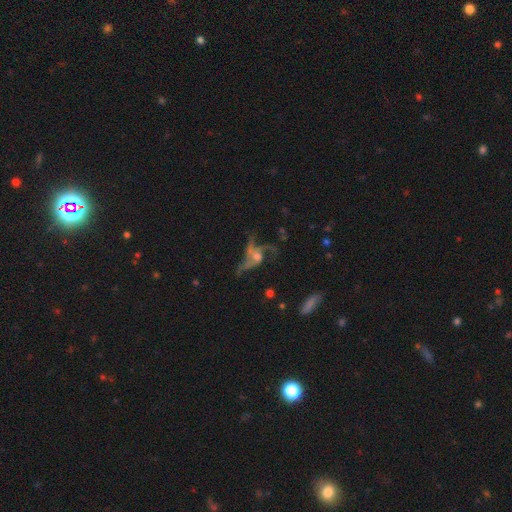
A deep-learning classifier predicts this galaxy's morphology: Smooth or featured? Predicted: featured or disk (p=0.61). Edge-on disk? Predicted: no (p=0.91). Bar? Predicted: no (p=0.77). Spiral arms? Predicted: yes (p=0.56). Bulge size? Predicted: moderate (p=0.42). Merging? Predicted: major disturbance (p=0.41).